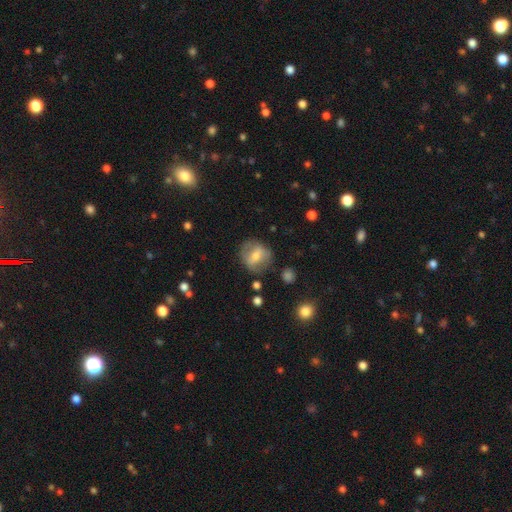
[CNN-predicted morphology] smooth-or-featured: smooth: 53% | featured or disk: 38% | star or artifact: 8%
  how-rounded: round: 69% | in between: 29% | cigar-shaped: 2%
  merging: none: 73% | minor disturbance: 17% | major disturbance: 8% | merger: 2%